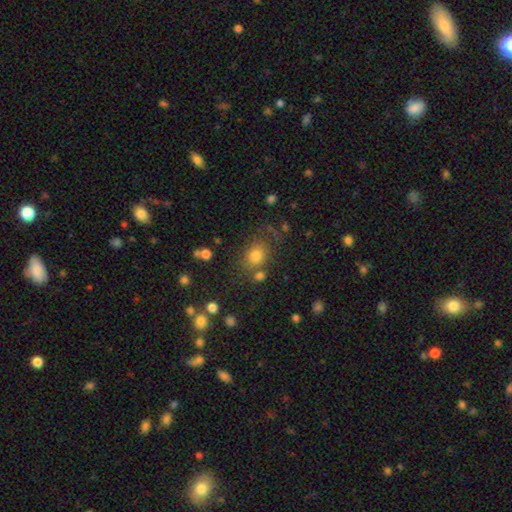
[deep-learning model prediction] Smooth or featured? smooth (75%)
How rounded? round (55%)
Merging? none (70%)